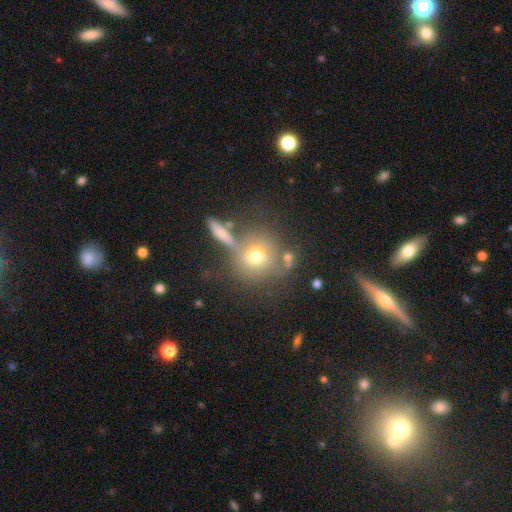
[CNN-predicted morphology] smooth 67%, featured or disk 20%, star or artifact 13%. Down the decision tree: how rounded — round (87%); merging — none (61%).